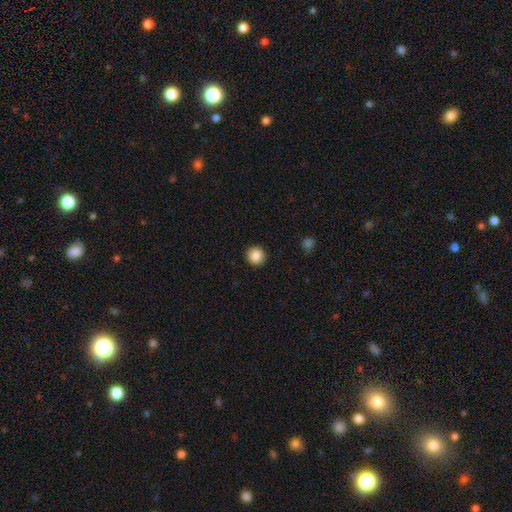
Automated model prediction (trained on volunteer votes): This is clearly a smooth galaxy (86%). How rounded: clearly round (95%). Merging: clearly none (93%).